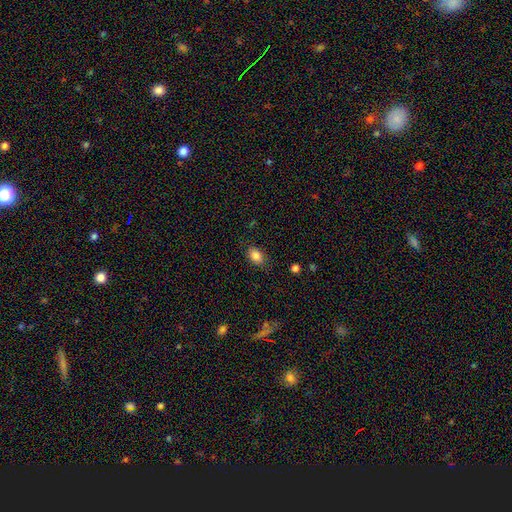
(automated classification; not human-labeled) A smooth galaxy with no disk features (85%) that is in between round and cigar-shaped (83%).

Vote fractions:
- Smooth or featured? smooth: 85% / star or artifact: 9% / featured or disk: 6%
- How rounded? in between: 83% / round: 16% / cigar-shaped: 1%
- Merging? none: 80% / minor disturbance: 15% / major disturbance: 4% / merger: 1%